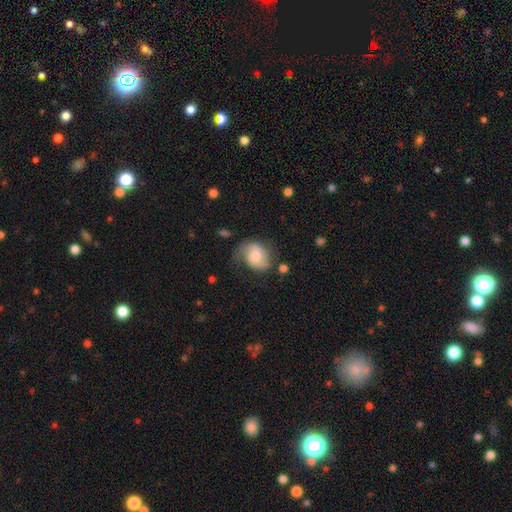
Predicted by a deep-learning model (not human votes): This is possibly a featured or disk galaxy (53%). It is clearly not viewed edge-on (97%). Bar: possibly no (56%). Spiral arm pattern: clearly yes (87%). Central bulge: possibly moderate (46%). Merging: possibly none (52%).